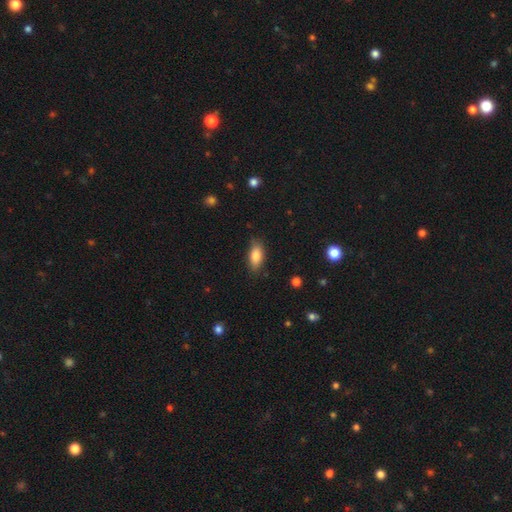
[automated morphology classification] This appears to be a smooth galaxy with no disk features (83%) that is in between round and cigar-shaped (85%). Merging: none (81%).